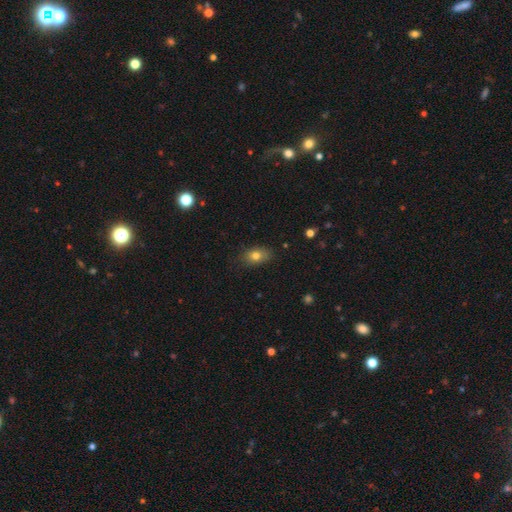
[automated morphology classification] Smooth or featured?
  - smooth: 77% *
  - featured or disk: 12%
  - star or artifact: 11%
How rounded?
  - in between: 77% *
  - round: 21%
  - cigar-shaped: 2%
Merging?
  - none: 80% *
  - minor disturbance: 15%
  - major disturbance: 3%
  - merger: 1%